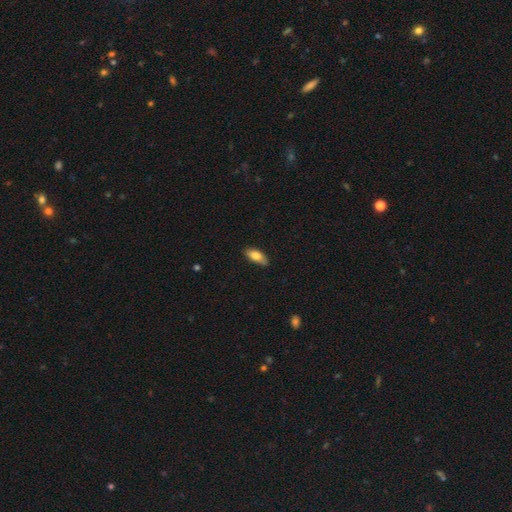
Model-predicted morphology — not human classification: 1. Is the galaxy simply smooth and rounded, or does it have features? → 78% smooth, 16% featured or disk, 7% star or artifact.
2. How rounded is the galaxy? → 85% in between, 13% cigar-shaped, 3% round.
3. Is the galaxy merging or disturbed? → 75% none, 21% minor disturbance, 3% major disturbance, 2% merger.